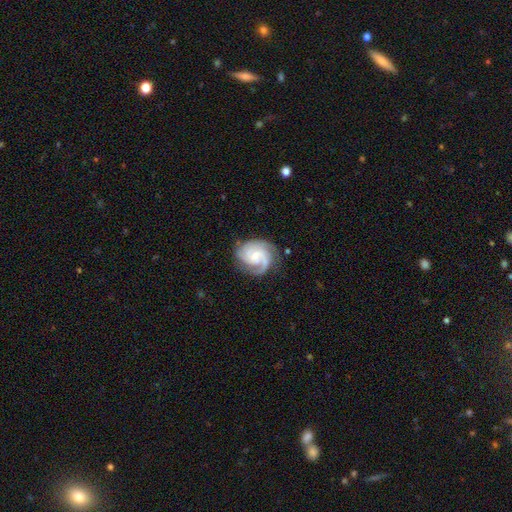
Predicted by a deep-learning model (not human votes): smooth_or_featured: featured or disk (p=0.86) [alt: smooth p=0.09]
disk_edge_on: no (p=0.98) [alt: yes p=0.02]
bar: no (p=0.53) [alt: weak p=0.40]
has_spiral_arms: yes (p=0.98) [alt: no p=0.02]
spiral_winding: tight (p=0.49) [alt: medium p=0.42]
spiral_arm_count: 3 (p=0.42) [alt: 2 p=0.29]
bulge_size: small (p=0.55) [alt: moderate p=0.33]
merging: none (p=0.72) [alt: minor disturbance p=0.19]